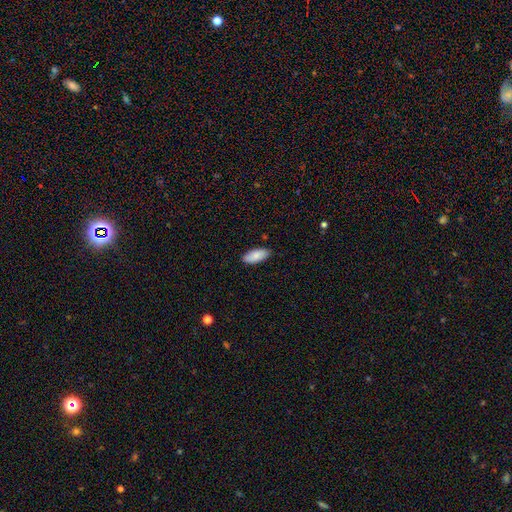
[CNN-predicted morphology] A smooth galaxy with no disk features (86%) that is in between round and cigar-shaped (89%). Merging: none (85%).